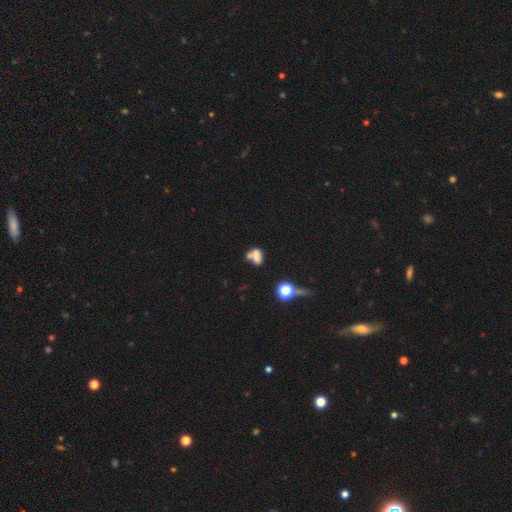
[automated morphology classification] Smooth or featured? smooth (67%)
How rounded? in between (73%)
Merging? merger (47%)